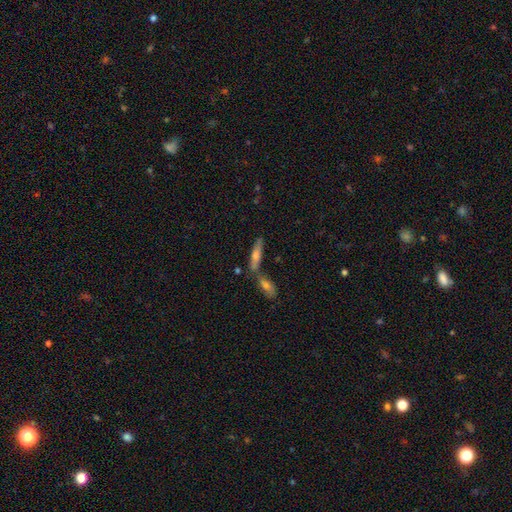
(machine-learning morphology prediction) Overall: smooth (52%; featured or disk 39%). How rounded: cigar-shaped (73%). Merging: none (49%; merger 38%).